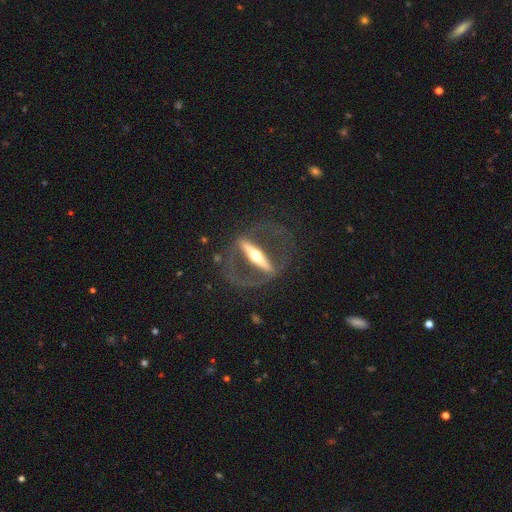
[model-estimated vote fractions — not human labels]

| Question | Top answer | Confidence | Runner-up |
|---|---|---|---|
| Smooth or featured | featured or disk | 84% | smooth (12%) |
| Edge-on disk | yes | 63% | no (37%) |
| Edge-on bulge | rounded | 93% | boxy (4%) |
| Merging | none | 59% | major disturbance (27%) |